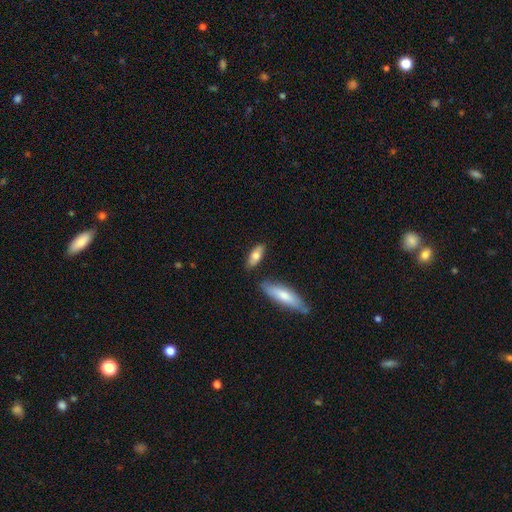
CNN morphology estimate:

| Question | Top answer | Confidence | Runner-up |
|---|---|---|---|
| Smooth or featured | smooth | 68% | featured or disk (26%) |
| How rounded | in between | 68% | cigar-shaped (30%) |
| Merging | none | 76% | minor disturbance (14%) |